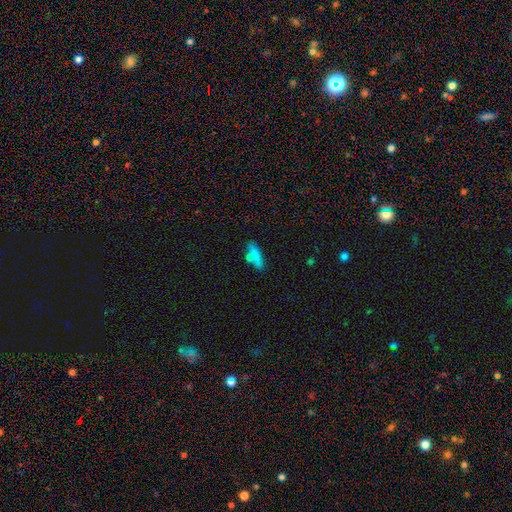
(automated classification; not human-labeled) Morphology: type=smooth (73%); roundness=in between (48%); merging=none (57%).